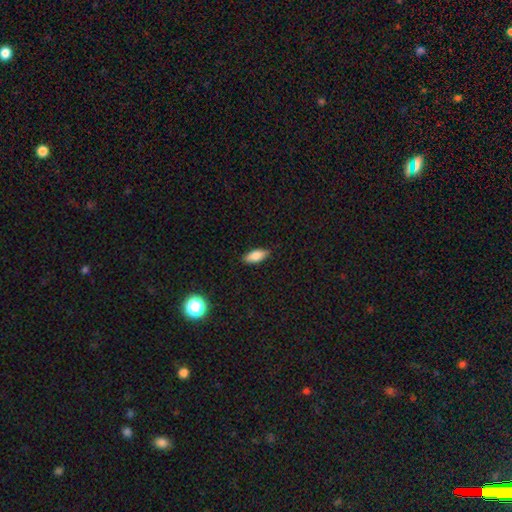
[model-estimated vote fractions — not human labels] Smooth or featured? smooth (83%)
How rounded? in between (80%)
Merging? none (87%)